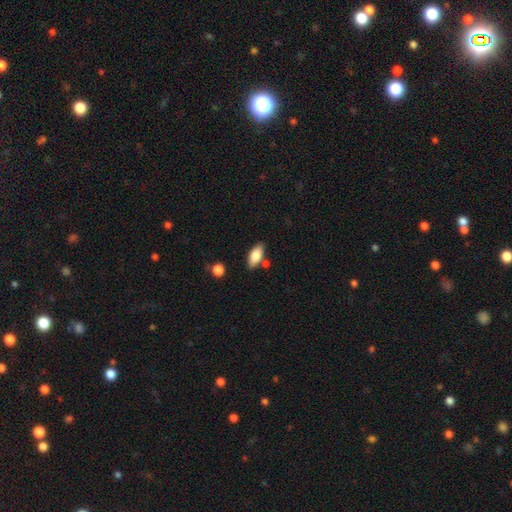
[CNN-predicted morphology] Overall: smooth (80%). How rounded: in between (87%). Merging: none (77%).